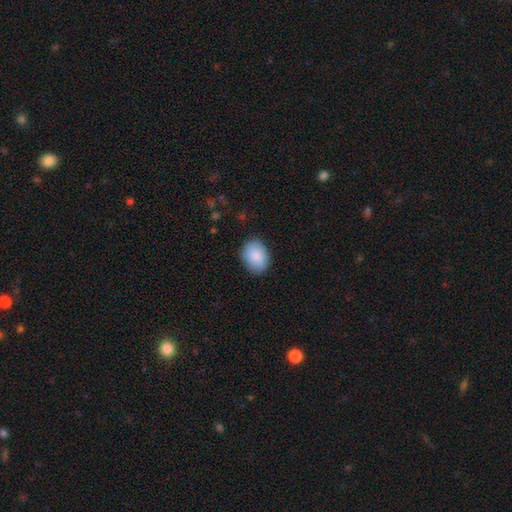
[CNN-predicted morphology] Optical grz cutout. It shows a smooth galaxy with no disk features (88%) that is in between round and cigar-shaped (71%). Merging: none (85%).